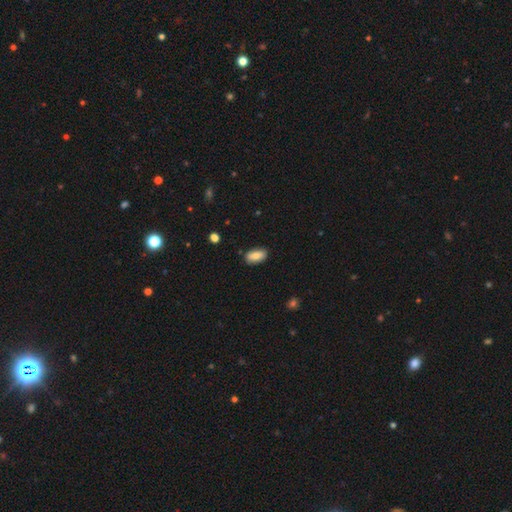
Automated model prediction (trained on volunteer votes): A smooth galaxy with no disk features (81%) that is in between round and cigar-shaped (92%).

Vote fractions:
- Smooth or featured? smooth: 81% / featured or disk: 12% / star or artifact: 7%
- How rounded? in between: 92% / cigar-shaped: 4% / round: 4%
- Merging? none: 84% / minor disturbance: 12% / major disturbance: 2% / merger: 1%